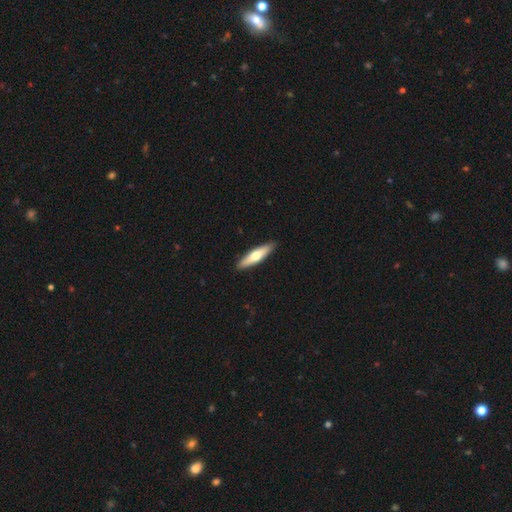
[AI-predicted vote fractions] smooth-or-featured: smooth: 57% | featured or disk: 38% | star or artifact: 5%
  how-rounded: cigar-shaped: 77% | in between: 22% | round: 2%
  merging: none: 91% | minor disturbance: 7% | major disturbance: 1% | merger: 1%